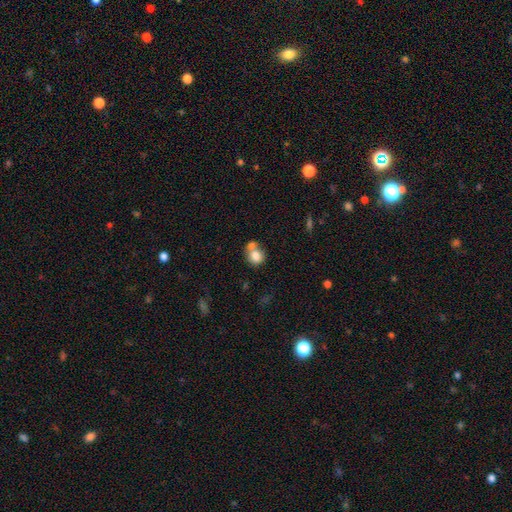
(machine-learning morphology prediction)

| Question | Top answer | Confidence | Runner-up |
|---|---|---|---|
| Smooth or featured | smooth | 79% | featured or disk (12%) |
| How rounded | round | 76% | in between (23%) |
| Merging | merger | 47% | none (40%) |